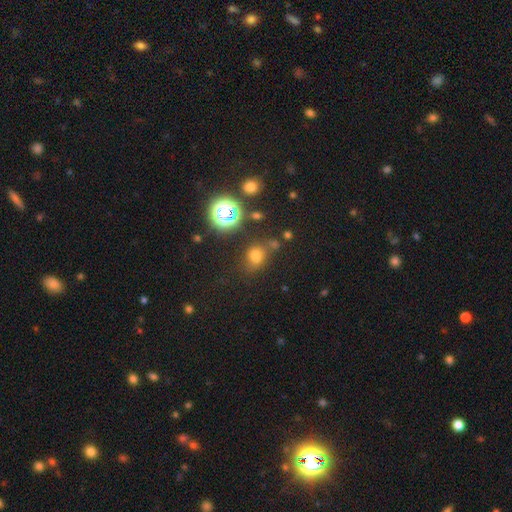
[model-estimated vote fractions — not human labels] A smooth galaxy with no disk features (66%) that is round (57%).

Vote fractions:
- Smooth or featured? smooth: 66% / star or artifact: 26% / featured or disk: 8%
- How rounded? round: 57% / in between: 41% / cigar-shaped: 2%
- Merging? none: 67% / minor disturbance: 17% / merger: 9% / major disturbance: 7%